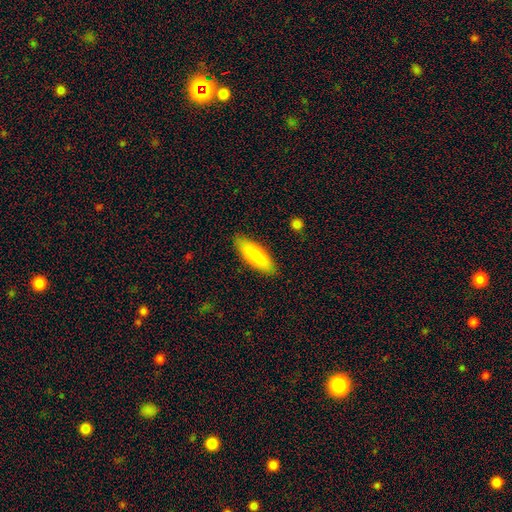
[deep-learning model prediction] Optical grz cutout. It shows a smooth galaxy with no disk features (82%) that is in between round and cigar-shaped (50%). Merging: none (88%).